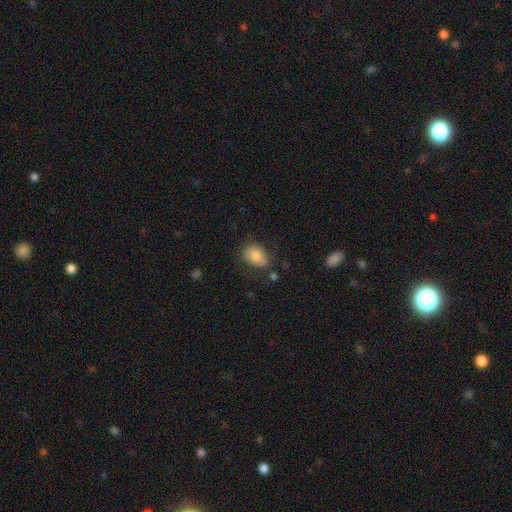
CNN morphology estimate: A smooth galaxy with no disk features (79%) that is in between round and cigar-shaped (77%).

Vote fractions:
- Smooth or featured? smooth: 79% / featured or disk: 13% / star or artifact: 8%
- How rounded? in between: 77% / round: 21% / cigar-shaped: 1%
- Merging? none: 68% / minor disturbance: 22% / major disturbance: 7% / merger: 3%